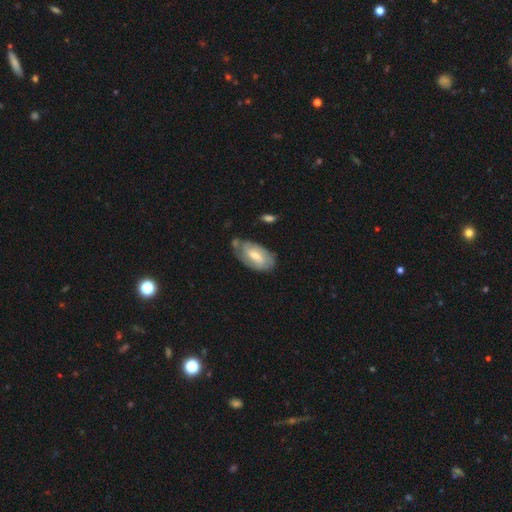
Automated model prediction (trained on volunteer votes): The model was most divided on "smooth or featured": featured or disk: 50%, smooth: 44%, star or artifact: 6%. More confident: edge-on disk — no (92%); merging — none (55%).